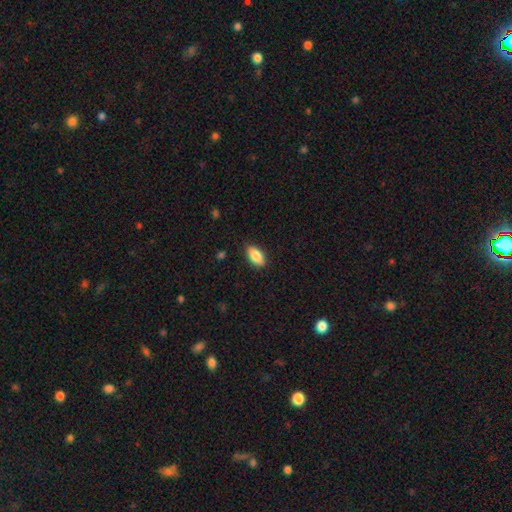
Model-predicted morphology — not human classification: Smooth or featured: smooth — 85% (featured or disk — 9%)
How rounded: in between — 89% (cigar-shaped — 8%)
Merging: none — 86% (minor disturbance — 11%)